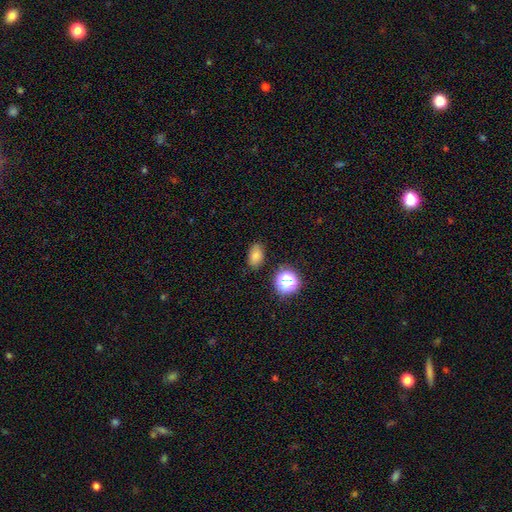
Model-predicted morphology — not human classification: type=smooth (72%); roundness=in between (79%); merging=none (83%).